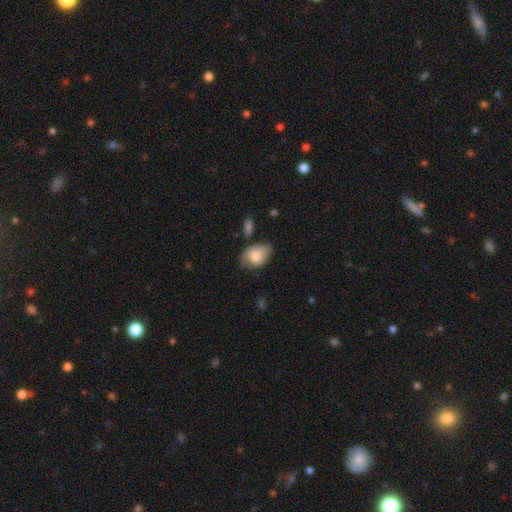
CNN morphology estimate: Smooth or featured? Predicted: smooth (p=0.78). How rounded? Predicted: in between (p=0.83). Merging? Predicted: none (p=0.51).